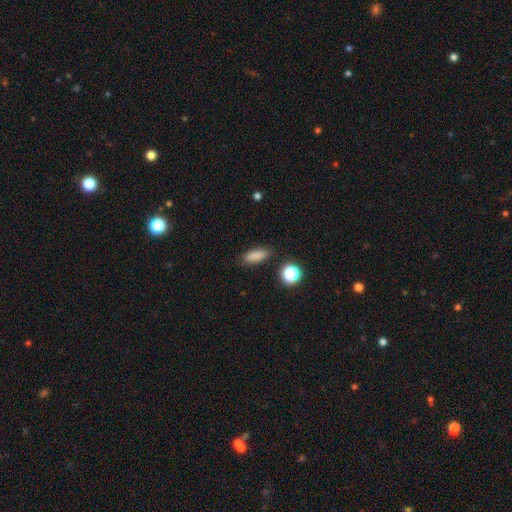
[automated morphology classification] The model was most divided on "how rounded": in between: 65%, cigar-shaped: 30%, round: 6%. More confident: merging — none (85%); smooth or featured — smooth (84%).